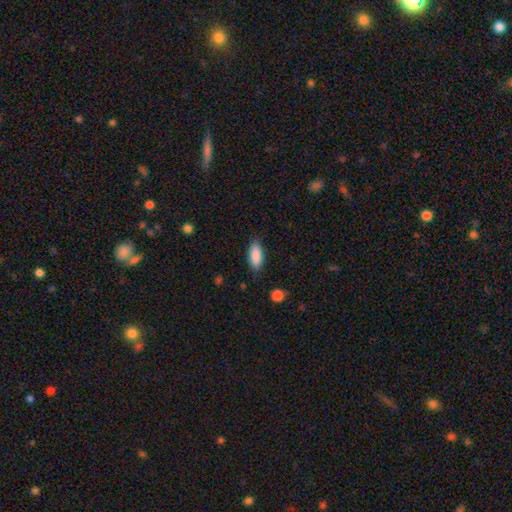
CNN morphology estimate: A smooth galaxy with no disk features (88%) that is in between round and cigar-shaped (79%).

Vote fractions:
- Smooth or featured? smooth: 88% / star or artifact: 6% / featured or disk: 5%
- How rounded? in between: 79% / cigar-shaped: 19% / round: 2%
- Merging? none: 84% / minor disturbance: 12% / major disturbance: 3% / merger: 1%